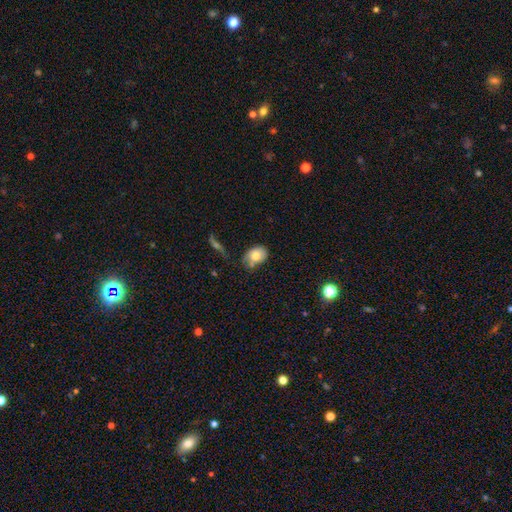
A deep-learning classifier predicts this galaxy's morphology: Smooth or featured? Predicted: smooth (p=0.76). How rounded? Predicted: in between (p=0.70). Merging? Predicted: none (p=0.53).